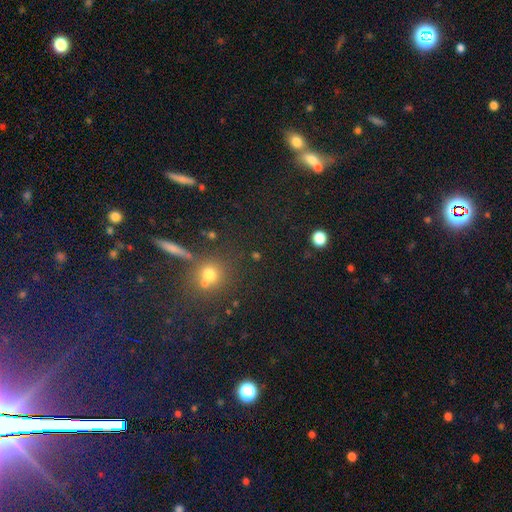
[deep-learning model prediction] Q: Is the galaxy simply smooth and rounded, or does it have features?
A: smooth — 52%.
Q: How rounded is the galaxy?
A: round — 79%.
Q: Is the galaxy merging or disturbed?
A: none — 73%.